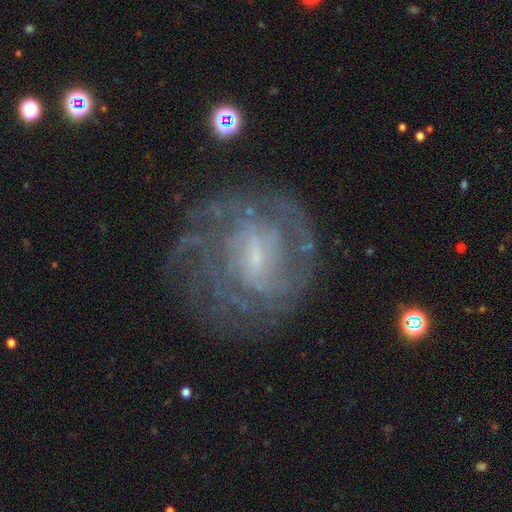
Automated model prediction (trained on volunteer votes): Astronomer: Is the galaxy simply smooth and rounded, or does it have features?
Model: featured or disk — 81%.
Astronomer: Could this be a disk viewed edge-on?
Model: no — 97%.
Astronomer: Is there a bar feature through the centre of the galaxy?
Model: weak — 58%.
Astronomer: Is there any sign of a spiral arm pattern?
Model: yes — 88%.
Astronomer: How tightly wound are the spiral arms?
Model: tight — 62%.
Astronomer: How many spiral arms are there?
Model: can't tell — 50%.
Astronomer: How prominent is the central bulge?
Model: small — 60%.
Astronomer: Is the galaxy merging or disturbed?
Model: none — 72%.